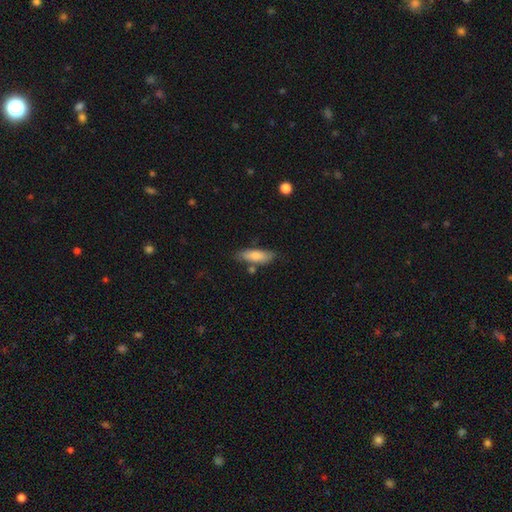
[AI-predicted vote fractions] smooth-or-featured: smooth: 79% | featured or disk: 15% | star or artifact: 6%
  how-rounded: in between: 54% | cigar-shaped: 44% | round: 2%
  merging: none: 72% | minor disturbance: 17% | merger: 8% | major disturbance: 3%